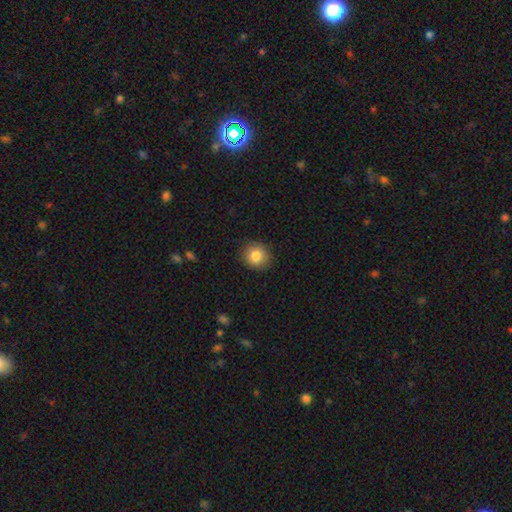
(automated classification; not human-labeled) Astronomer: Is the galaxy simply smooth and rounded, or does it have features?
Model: smooth — 85%.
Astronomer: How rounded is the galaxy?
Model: round — 89%.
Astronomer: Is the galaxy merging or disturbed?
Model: none — 89%.